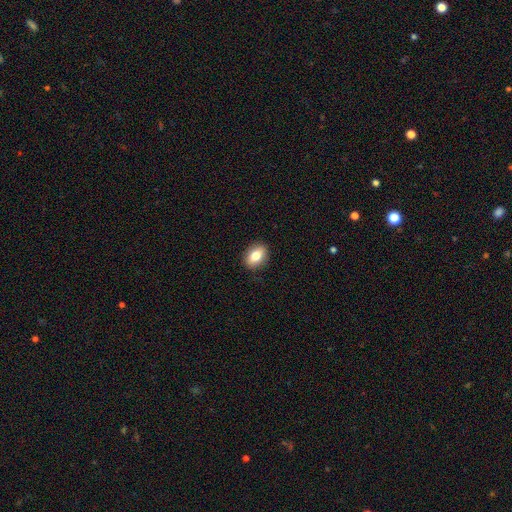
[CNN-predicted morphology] smooth-or-featured: smooth: 78% | featured or disk: 13% | star or artifact: 8%
  how-rounded: in between: 74% | round: 24% | cigar-shaped: 2%
  merging: none: 89% | minor disturbance: 8% | major disturbance: 2% | merger: 1%